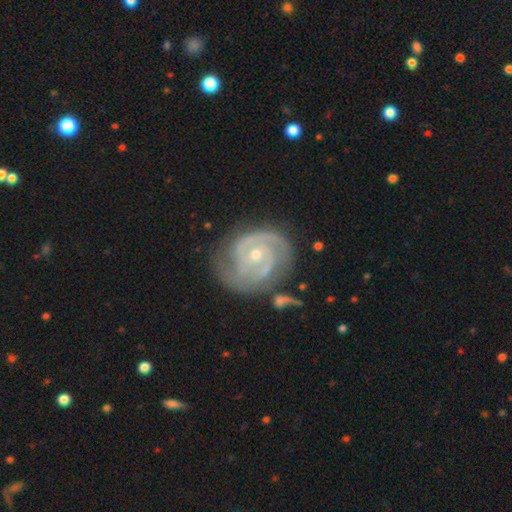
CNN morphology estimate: Smooth or featured?
  - featured or disk: 92% *
  - star or artifact: 5%
  - smooth: 4%
Edge-on disk?
  - no: 98% *
  - yes: 2%
Bar?
  - no: 60% *
  - weak: 30%
  - strong: 10%
Spiral arms?
  - yes: 98% *
  - no: 2%
Spiral winding?
  - tight: 67% *
  - medium: 29%
  - loose: 4%
Spiral arm count?
  - 2: 69% *
  - 3: 17%
  - can't tell: 6%
  - 4: 3%
  - 1: 3%
  - more than 4: 2%
Bulge size?
  - small: 61% *
  - moderate: 36%
  - large: 1%
  - none: 1%
  - dominant: 1%
Merging?
  - none: 67% *
  - minor disturbance: 20%
  - major disturbance: 7%
  - merger: 5%